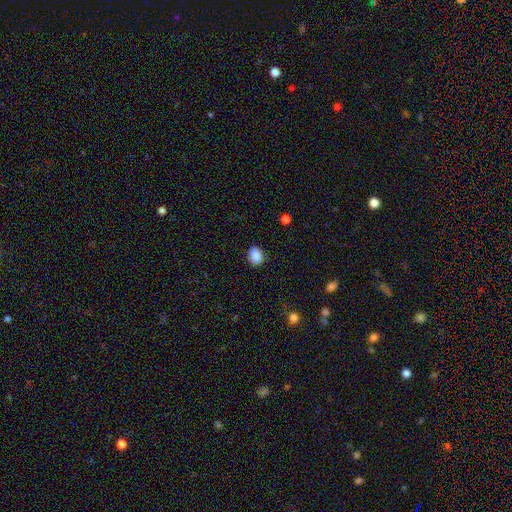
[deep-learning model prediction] Smooth or featured: smooth — 88% (star or artifact — 8%)
How rounded: in between — 56% (round — 44%)
Merging: none — 88% (minor disturbance — 9%)